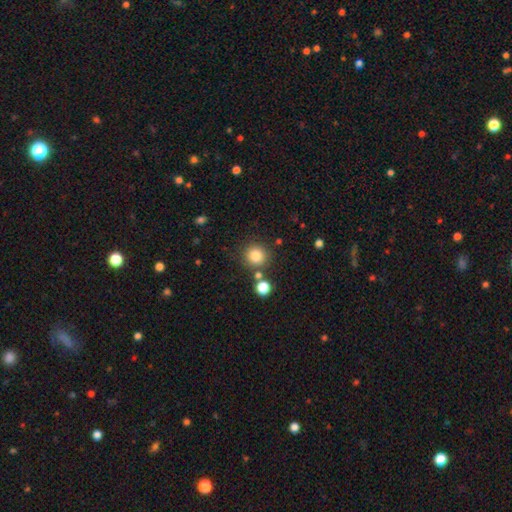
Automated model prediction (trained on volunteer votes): Q: Smooth or featured?
A: smooth (82%); runner-up: star or artifact (12%)
Q: How rounded?
A: round (92%); runner-up: in between (7%)
Q: Merging?
A: none (81%); runner-up: merger (8%)